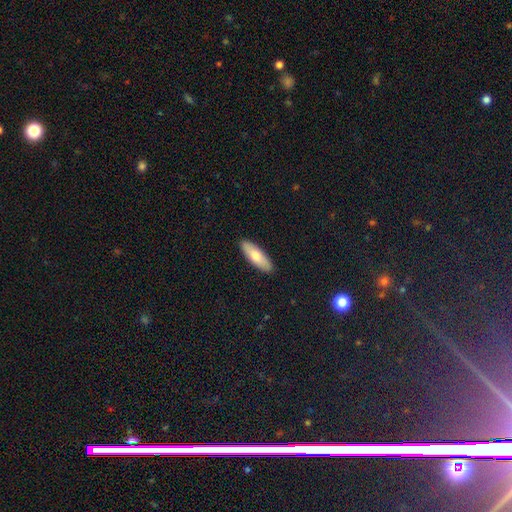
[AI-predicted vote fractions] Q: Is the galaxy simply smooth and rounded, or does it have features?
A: smooth — 71%.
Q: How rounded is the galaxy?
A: in between — 51%.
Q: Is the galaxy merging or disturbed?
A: none — 91%.